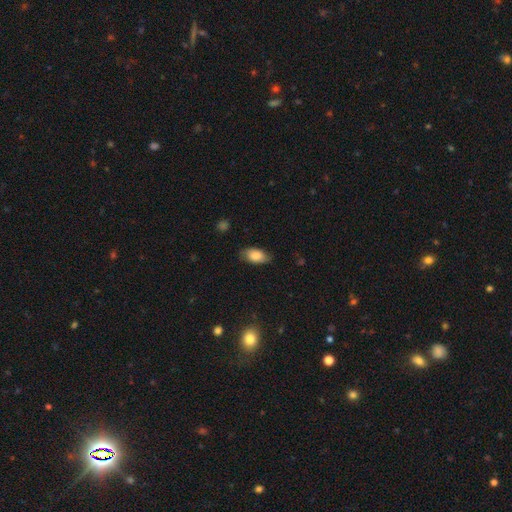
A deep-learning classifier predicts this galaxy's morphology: Smooth or featured: smooth — 78% (featured or disk — 15%)
How rounded: in between — 91% (round — 5%)
Merging: none — 78% (minor disturbance — 17%)